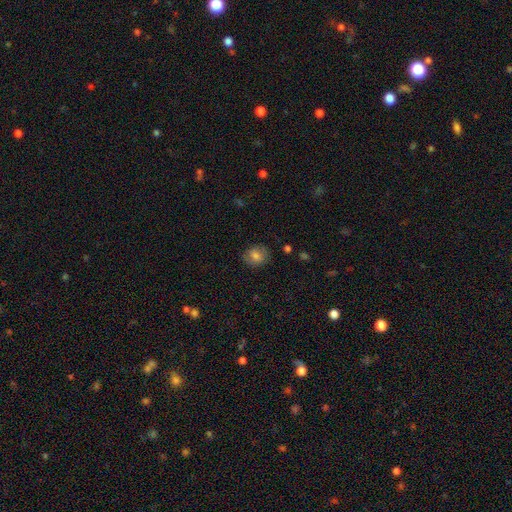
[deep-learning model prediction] Smooth or featured? Predicted: smooth (p=0.77). How rounded? Predicted: round (p=0.71). Merging? Predicted: none (p=0.82).